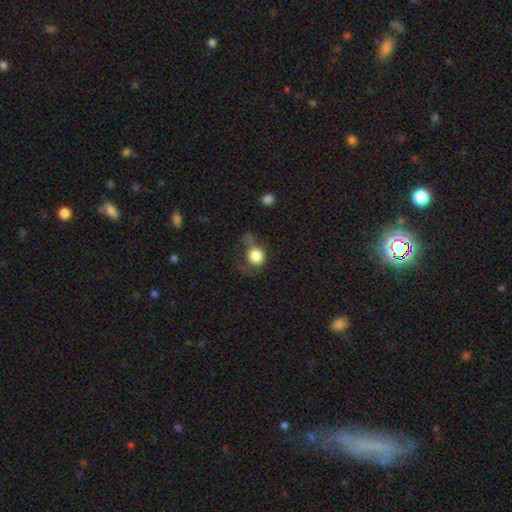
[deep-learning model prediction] Smooth or featured?
  - smooth: 81% *
  - featured or disk: 10%
  - star or artifact: 9%
How rounded?
  - round: 83% *
  - in between: 15%
  - cigar-shaped: 1%
Merging?
  - none: 38% *
  - major disturbance: 28%
  - minor disturbance: 26%
  - merger: 8%